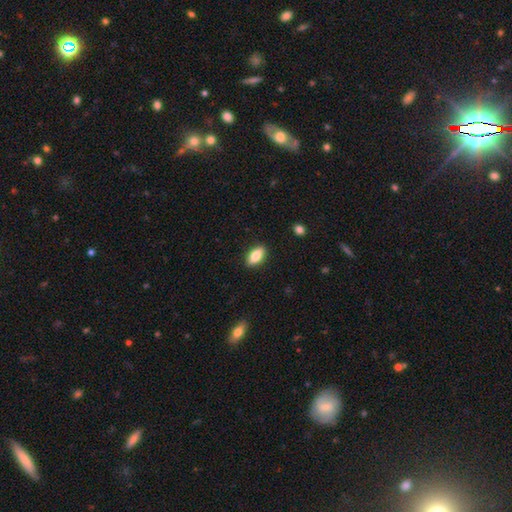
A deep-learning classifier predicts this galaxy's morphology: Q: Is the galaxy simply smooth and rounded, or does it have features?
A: smooth — 79%.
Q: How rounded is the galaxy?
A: in between — 87%.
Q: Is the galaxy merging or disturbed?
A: none — 88%.